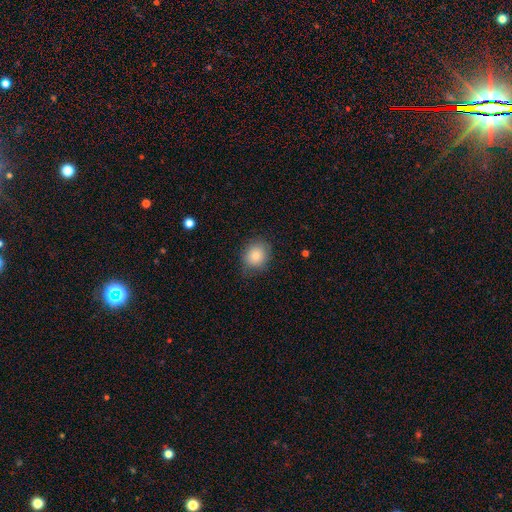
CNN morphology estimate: Smooth or featured: smooth — 83% (star or artifact — 9%)
How rounded: round — 69% (in between — 30%)
Merging: none — 77% (minor disturbance — 17%)